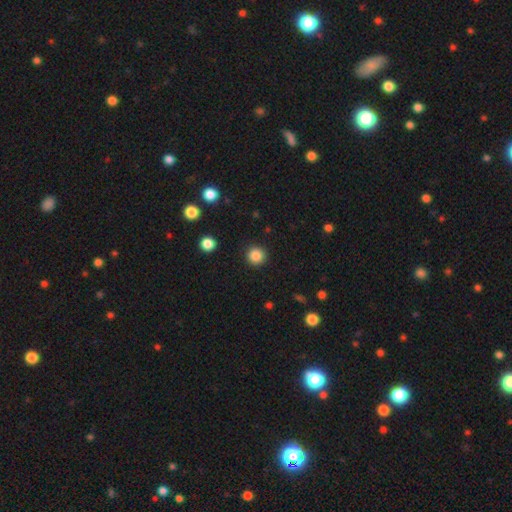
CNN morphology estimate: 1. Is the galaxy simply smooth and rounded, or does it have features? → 86% smooth, 11% star or artifact, 4% featured or disk.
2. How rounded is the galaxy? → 95% round, 4% in between, 1% cigar-shaped.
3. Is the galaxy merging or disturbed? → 92% none, 5% minor disturbance, 2% major disturbance, 1% merger.